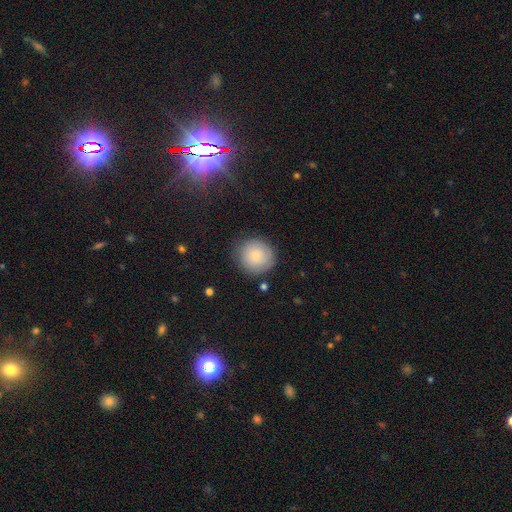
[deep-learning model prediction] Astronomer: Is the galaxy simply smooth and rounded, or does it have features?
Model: smooth — 79%.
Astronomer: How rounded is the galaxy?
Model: round — 93%.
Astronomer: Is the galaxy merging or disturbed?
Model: none — 82%.